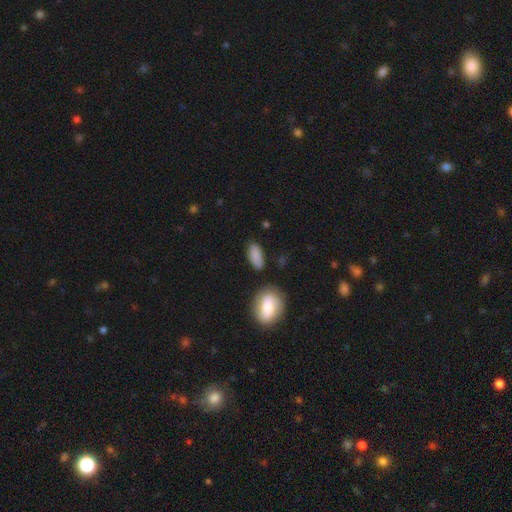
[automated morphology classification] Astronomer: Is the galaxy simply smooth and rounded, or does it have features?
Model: smooth — 86%.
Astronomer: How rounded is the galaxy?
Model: in between — 82%.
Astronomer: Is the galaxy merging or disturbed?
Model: none — 77%.